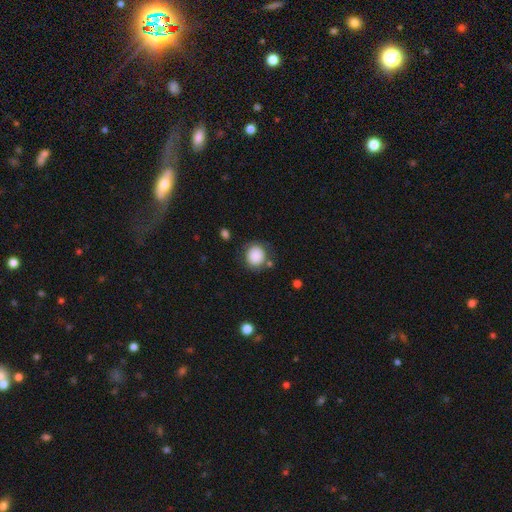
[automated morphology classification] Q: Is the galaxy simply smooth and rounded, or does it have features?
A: smooth — 87%.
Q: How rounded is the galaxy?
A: round — 82%.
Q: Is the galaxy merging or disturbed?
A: none — 76%.